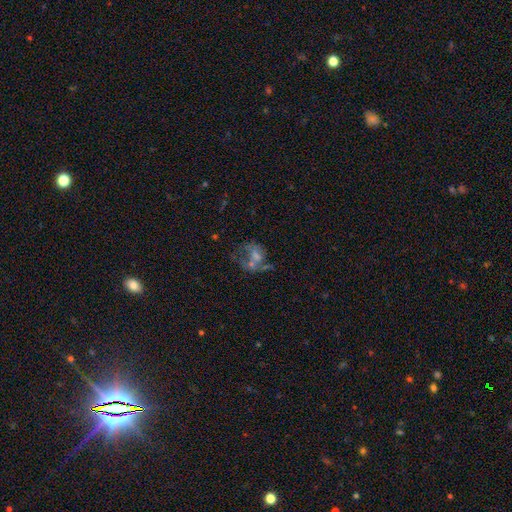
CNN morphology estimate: The model was most divided on "merging" (2-way tie): none: 29%, merger: 29%, major disturbance: 28%, minor disturbance: 14%. Remaining: edge-on disk — no (97%); bar — no (78%); spiral arms — no (65%); smooth or featured — featured or disk (54%); bulge size — moderate (32%).